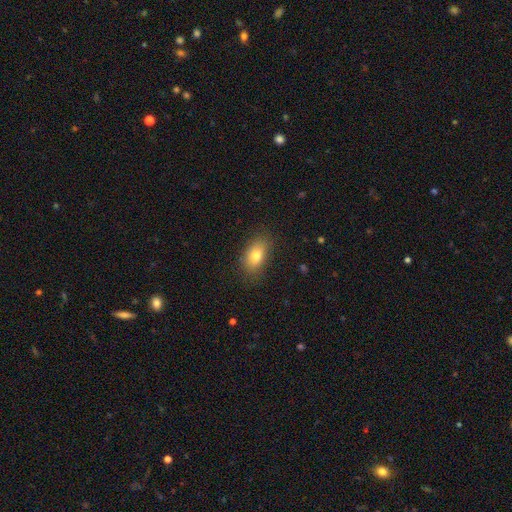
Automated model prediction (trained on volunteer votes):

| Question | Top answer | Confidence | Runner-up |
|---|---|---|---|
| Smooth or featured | smooth | 78% | featured or disk (12%) |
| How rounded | in between | 86% | round (11%) |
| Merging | none | 82% | minor disturbance (13%) |